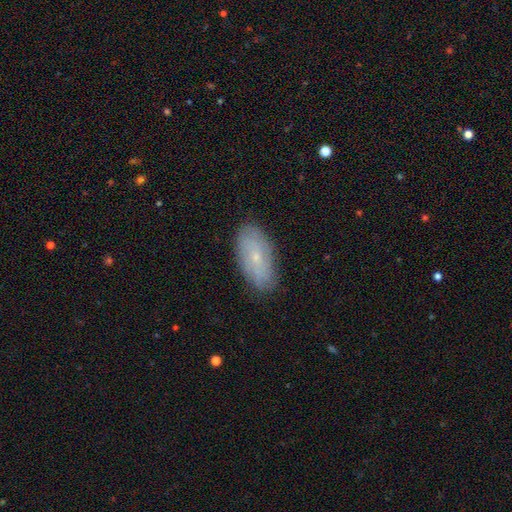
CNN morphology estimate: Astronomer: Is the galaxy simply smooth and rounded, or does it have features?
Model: smooth — 47% (runner-up: featured or disk, 43%).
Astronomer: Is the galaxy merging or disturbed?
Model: none — 84%.